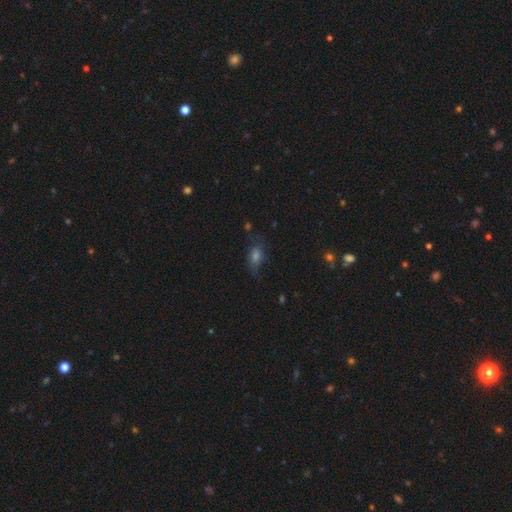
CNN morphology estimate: A smooth galaxy with no disk features (47%).

Vote fractions:
- Smooth or featured? smooth: 47% / star or artifact: 29% / featured or disk: 24%
- Merging? none: 59% / minor disturbance: 24% / major disturbance: 14% / merger: 3%